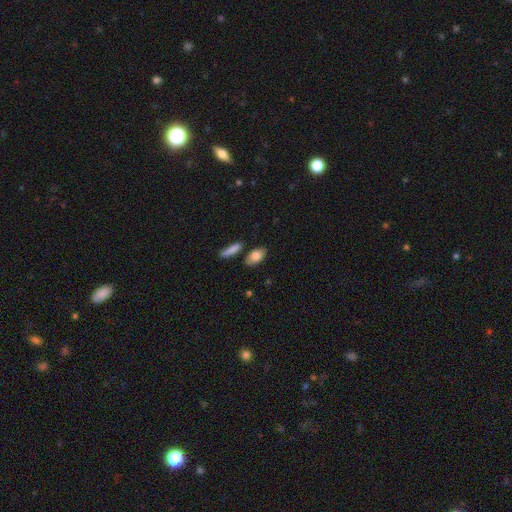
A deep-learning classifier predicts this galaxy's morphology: Smooth or featured? smooth (83%)
How rounded? in between (85%)
Merging? none (74%)